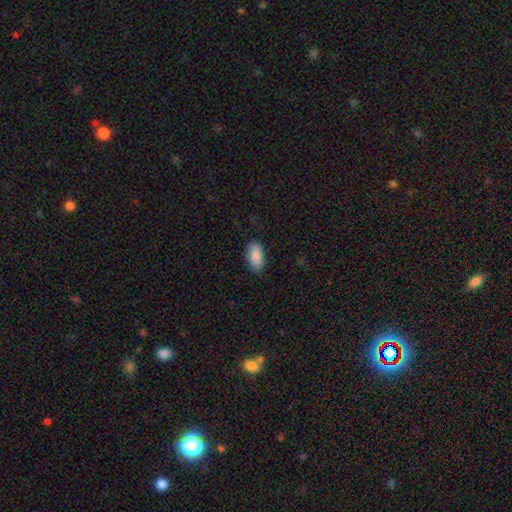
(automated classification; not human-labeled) Q: Smooth or featured?
A: smooth (87%); runner-up: featured or disk (6%)
Q: How rounded?
A: in between (93%); runner-up: cigar-shaped (4%)
Q: Merging?
A: none (82%); runner-up: minor disturbance (14%)